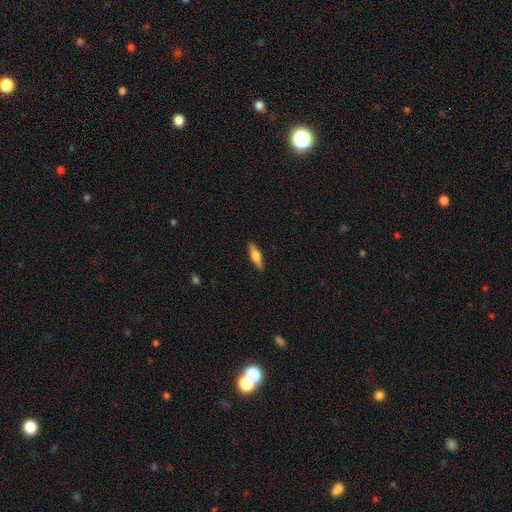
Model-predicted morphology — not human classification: smooth_or_featured: smooth (p=0.52) [alt: featured or disk p=0.42]
how_rounded: cigar-shaped (p=0.68) [alt: in between p=0.30]
merging: none (p=0.90) [alt: minor disturbance p=0.07]